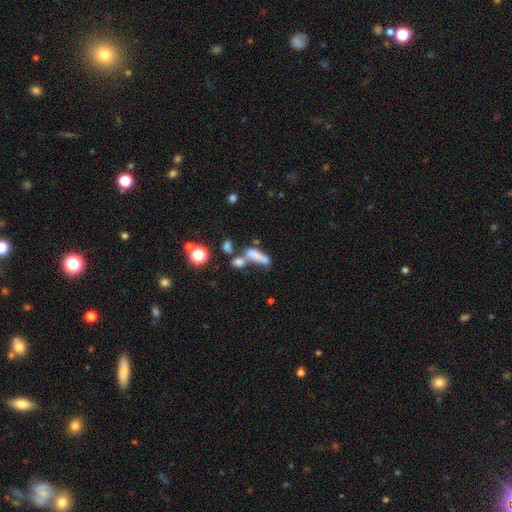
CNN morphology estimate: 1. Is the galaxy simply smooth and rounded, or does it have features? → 63% smooth, 23% featured or disk, 14% star or artifact.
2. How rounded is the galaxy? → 52% in between, 39% cigar-shaped, 8% round.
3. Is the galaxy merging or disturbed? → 48% merger, 25% none, 14% major disturbance, 13% minor disturbance.